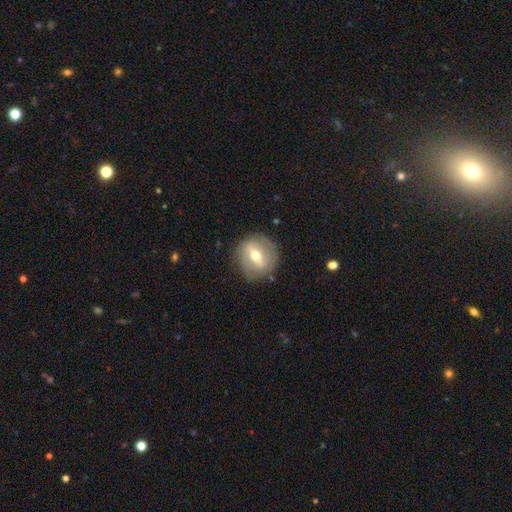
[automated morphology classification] This is possibly a featured or disk galaxy (55%). It is clearly not viewed edge-on (84%). Merging: clearly none (82%).